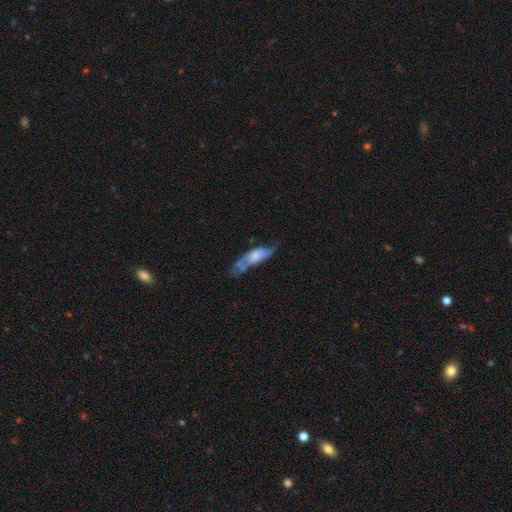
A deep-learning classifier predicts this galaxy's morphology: Q: Smooth or featured?
A: featured or disk (52%); runner-up: smooth (41%)
Q: Edge-on disk?
A: no (77%); runner-up: yes (23%)
Q: Merging?
A: none (35%); runner-up: minor disturbance (31%)